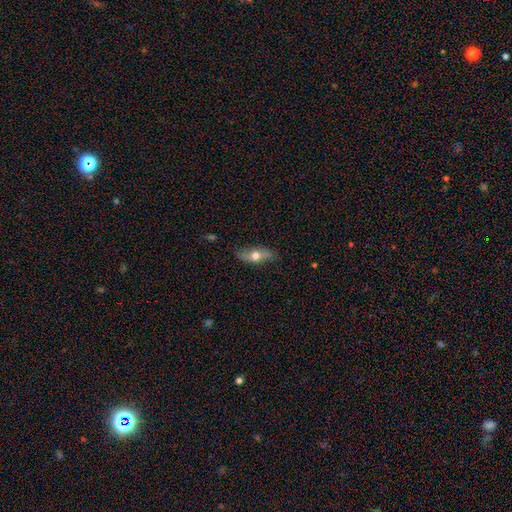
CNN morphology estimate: The model was most divided on "smooth or featured": smooth: 51%, featured or disk: 42%, star or artifact: 6%. More confident: merging — none (82%); how rounded — in between (64%).